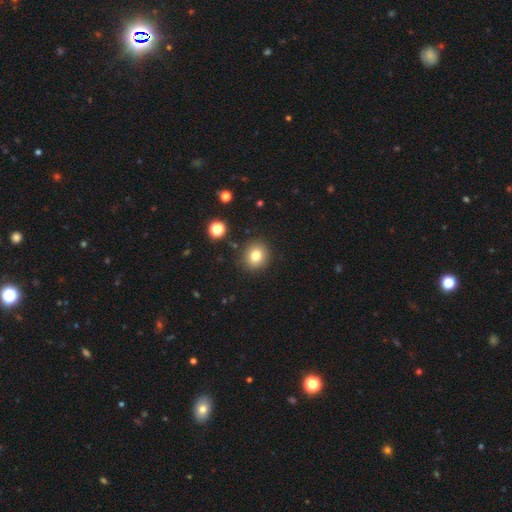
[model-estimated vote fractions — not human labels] Morphology: type=smooth (80%); roundness=round (80%); merging=none (88%).